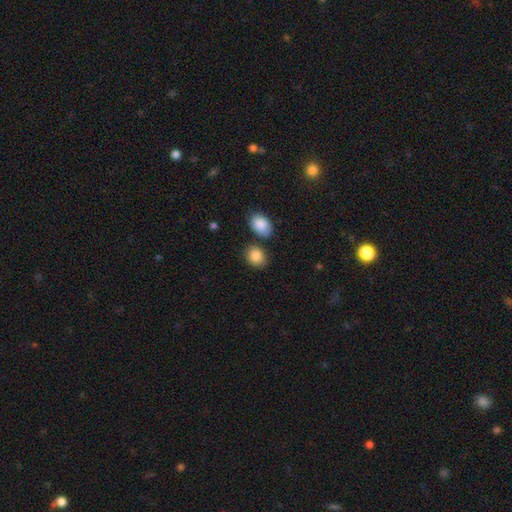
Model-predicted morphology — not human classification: This appears to be a smooth galaxy with no disk features (87%) that is round (51%). Merging: none (73%).